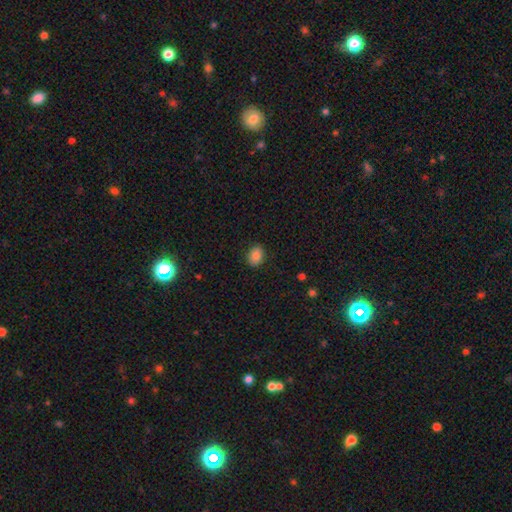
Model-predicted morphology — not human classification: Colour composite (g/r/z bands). It shows a smooth galaxy with no disk features (84%) that is in between round and cigar-shaped (62%). Merging: none (88%).